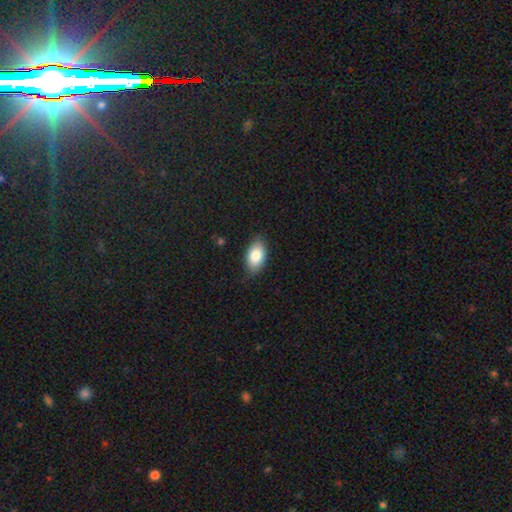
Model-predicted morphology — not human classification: Q: Smooth or featured?
A: smooth (84%); runner-up: featured or disk (9%)
Q: How rounded?
A: in between (92%); runner-up: round (5%)
Q: Merging?
A: none (81%); runner-up: minor disturbance (15%)